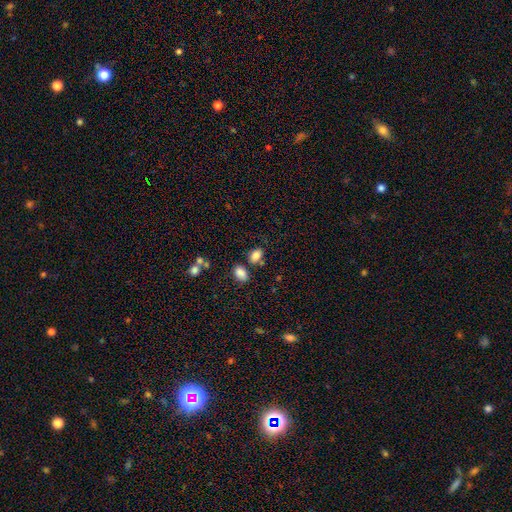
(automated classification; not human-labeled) Smooth or featured: smooth — 83% (star or artifact — 11%)
How rounded: in between — 78% (round — 21%)
Merging: none — 63% (merger — 18%)